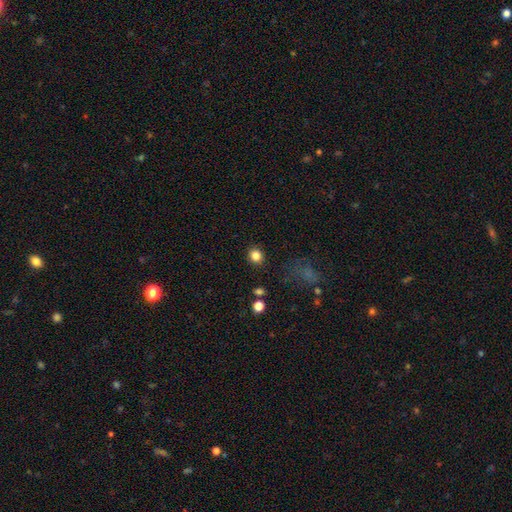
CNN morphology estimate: The model was most divided on "how rounded": round: 76%, in between: 23%, cigar-shaped: 1%. More confident: merging — none (89%); smooth or featured — smooth (84%).